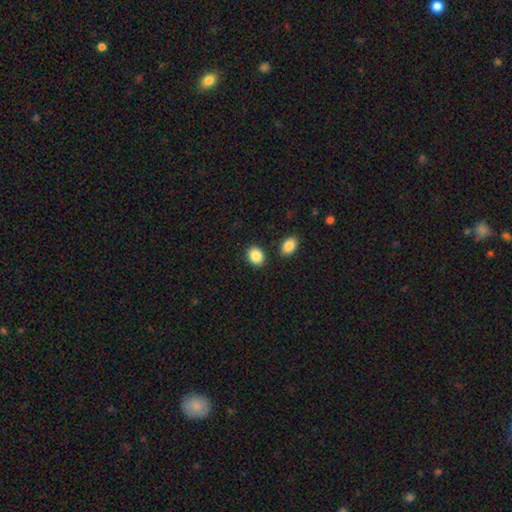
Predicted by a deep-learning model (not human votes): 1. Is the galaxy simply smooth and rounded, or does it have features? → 88% smooth, 8% star or artifact, 5% featured or disk.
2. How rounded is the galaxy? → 57% in between, 42% round, 1% cigar-shaped.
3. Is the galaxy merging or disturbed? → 83% none, 8% minor disturbance, 6% merger, 2% major disturbance.